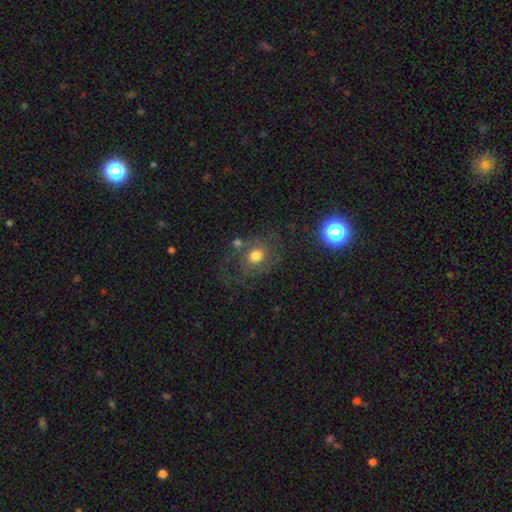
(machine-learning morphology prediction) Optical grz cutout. It shows a featured or disk galaxy (62%) with no bar (79%), spiral arms (80%) and a moderate central bulge (68%). Merging: none (55%).